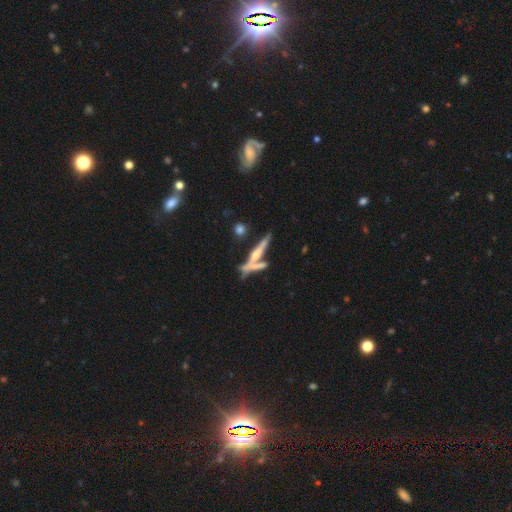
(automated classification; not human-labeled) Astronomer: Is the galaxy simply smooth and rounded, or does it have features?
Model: featured or disk — 62%.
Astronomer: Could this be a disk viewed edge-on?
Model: yes — 88%.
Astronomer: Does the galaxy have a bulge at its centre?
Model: rounded — 68%.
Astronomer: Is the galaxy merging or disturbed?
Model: none — 50% (runner-up: merger, 32%).